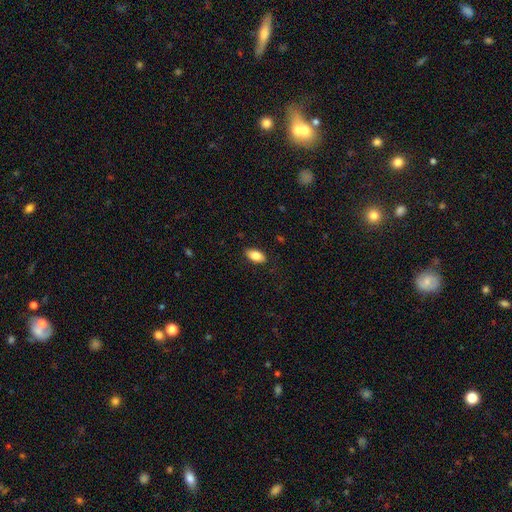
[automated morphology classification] smooth_or_featured: smooth (p=0.84) [alt: featured or disk p=0.10]
how_rounded: in between (p=0.91) [alt: cigar-shaped p=0.05]
merging: none (p=0.85) [alt: minor disturbance p=0.11]